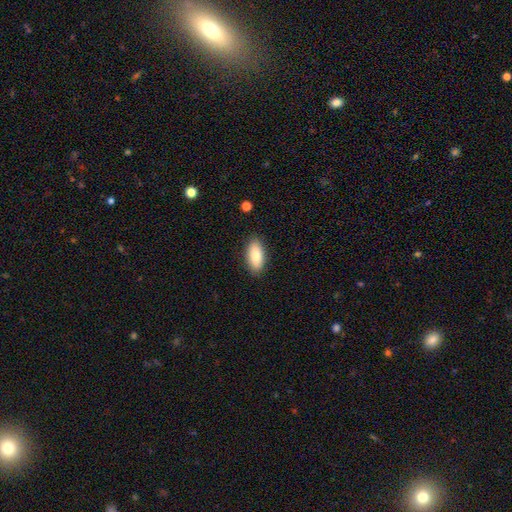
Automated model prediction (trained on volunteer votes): Morphology: type=smooth (82%); roundness=in between (87%); merging=none (87%).